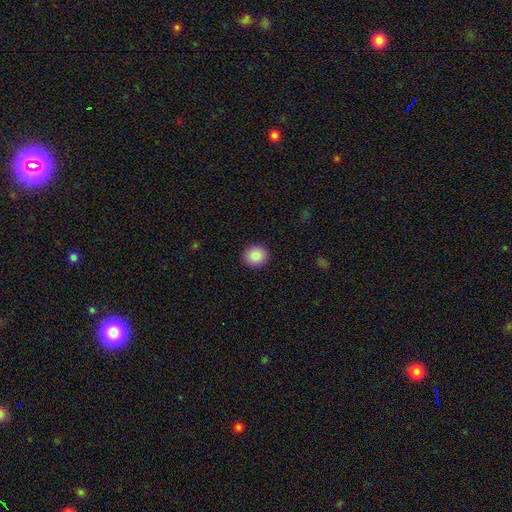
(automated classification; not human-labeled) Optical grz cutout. It shows a smooth galaxy with no disk features (89%) that is round (83%). Merging: none (91%).